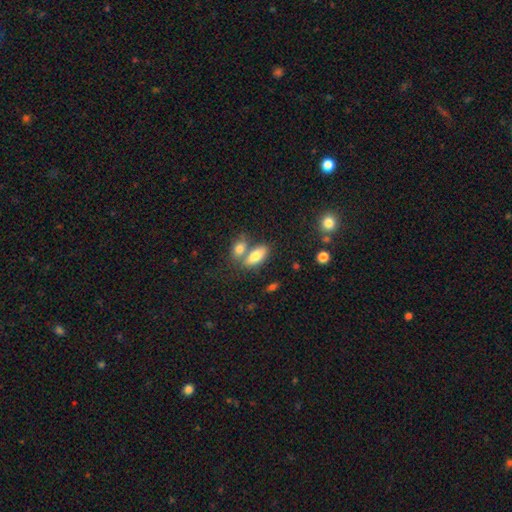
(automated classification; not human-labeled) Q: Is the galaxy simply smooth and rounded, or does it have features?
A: smooth — 78%.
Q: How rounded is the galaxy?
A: in between — 83%.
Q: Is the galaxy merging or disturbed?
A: none — 46%.